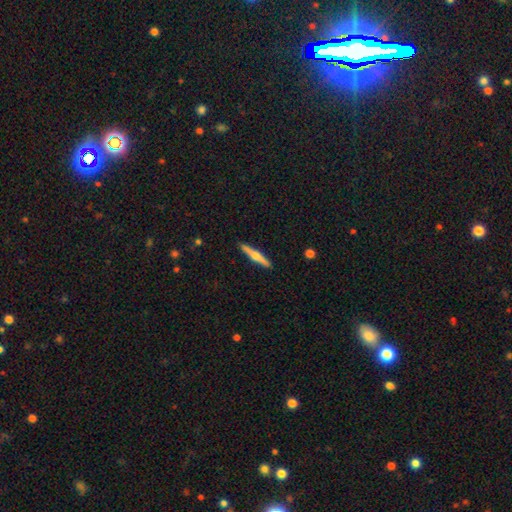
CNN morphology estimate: Q: Smooth or featured?
A: featured or disk (62%); runner-up: smooth (33%)
Q: Edge-on disk?
A: yes (98%); runner-up: no (2%)
Q: Edge-on bulge?
A: rounded (89%); runner-up: none (6%)
Q: Merging?
A: none (91%); runner-up: minor disturbance (6%)